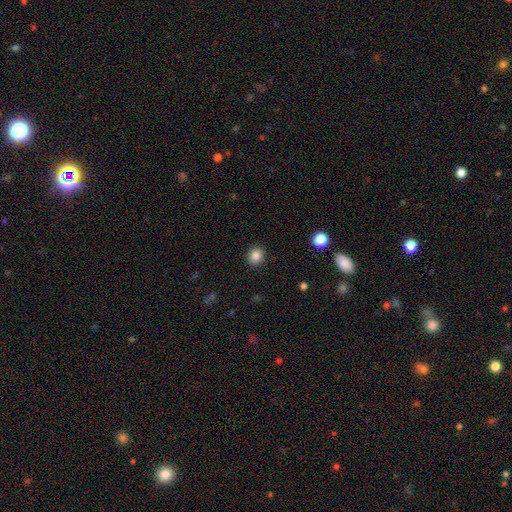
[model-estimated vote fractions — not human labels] This is clearly a smooth galaxy (86%). How rounded: clearly round (85%). Merging: clearly none (91%).